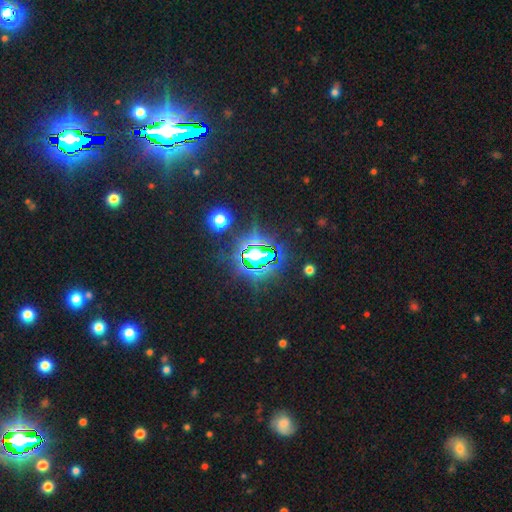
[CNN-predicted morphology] type=star or artifact (77%).